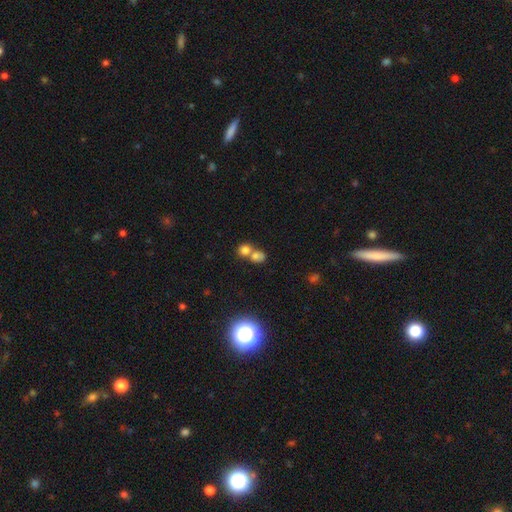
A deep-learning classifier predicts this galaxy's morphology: This is likely a smooth galaxy (71%). How rounded: likely round (67%). Merging: possibly merger (57%).